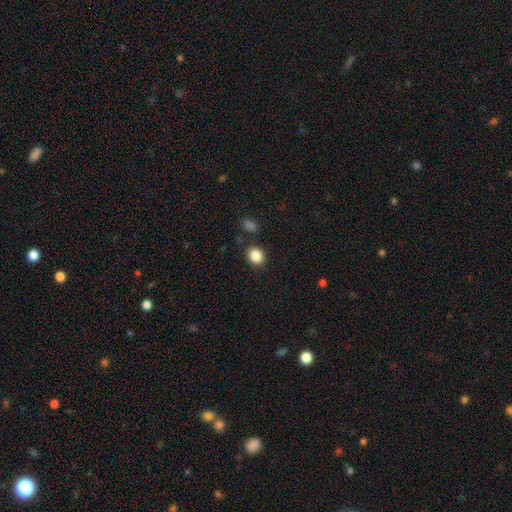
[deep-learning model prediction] Morphology: type=smooth (86%); roundness=round (62%); merging=none (85%).